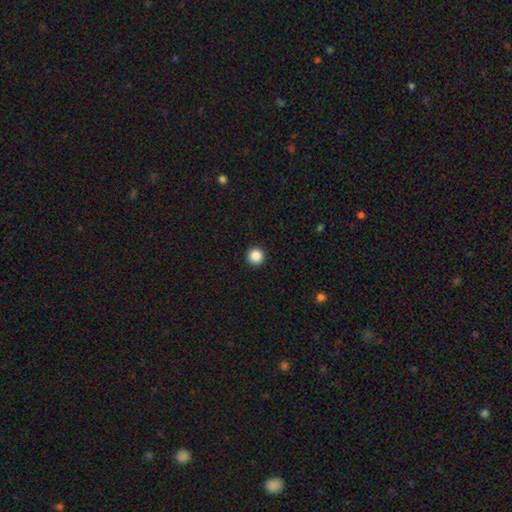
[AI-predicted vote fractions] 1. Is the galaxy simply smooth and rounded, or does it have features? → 87% smooth, 10% star or artifact, 3% featured or disk.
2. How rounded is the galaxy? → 97% round, 2% in between, 1% cigar-shaped.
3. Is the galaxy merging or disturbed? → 94% none, 4% minor disturbance, 1% major disturbance, 1% merger.